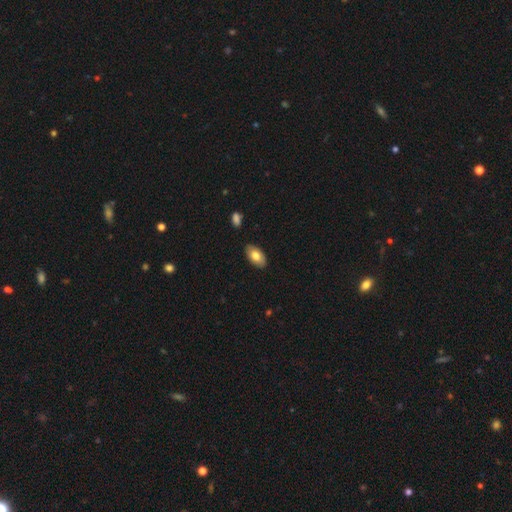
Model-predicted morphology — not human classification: Smooth or featured: smooth — 75% (featured or disk — 18%)
How rounded: in between — 95% (round — 3%)
Merging: none — 85% (minor disturbance — 11%)